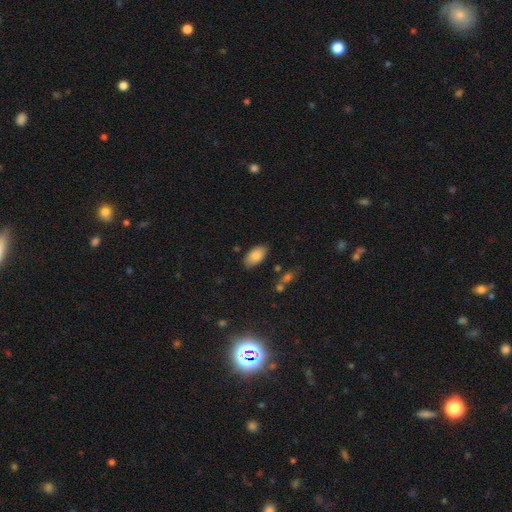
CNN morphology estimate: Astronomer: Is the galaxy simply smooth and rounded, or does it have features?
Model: smooth — 85%.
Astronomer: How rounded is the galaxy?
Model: in between — 95%.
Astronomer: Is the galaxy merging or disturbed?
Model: none — 82%.